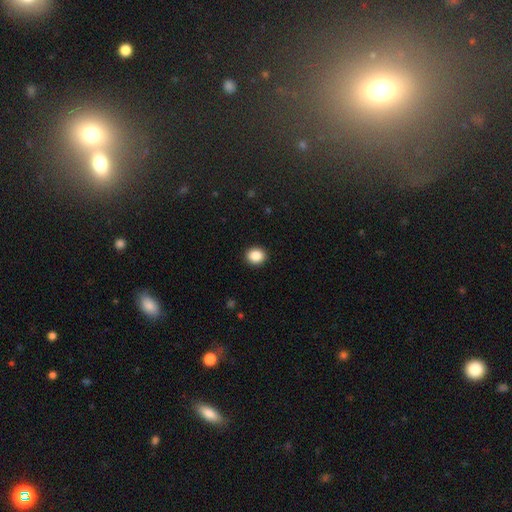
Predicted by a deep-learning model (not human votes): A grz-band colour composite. It shows a smooth galaxy with no disk features (87%) that is round (75%). Merging: none (92%).